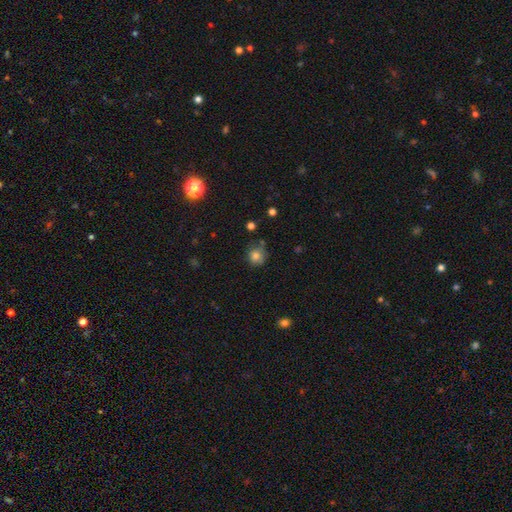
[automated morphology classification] This is likely a smooth galaxy (79%). How rounded: clearly round (85%). Merging: likely none (67%).